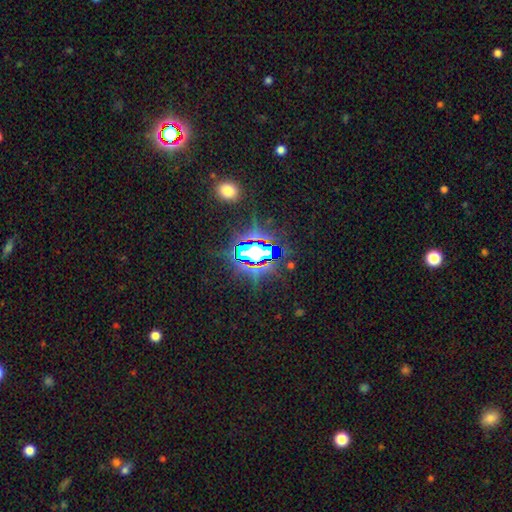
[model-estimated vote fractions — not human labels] smooth_or_featured: star or artifact (p=0.75) [alt: smooth p=0.14]